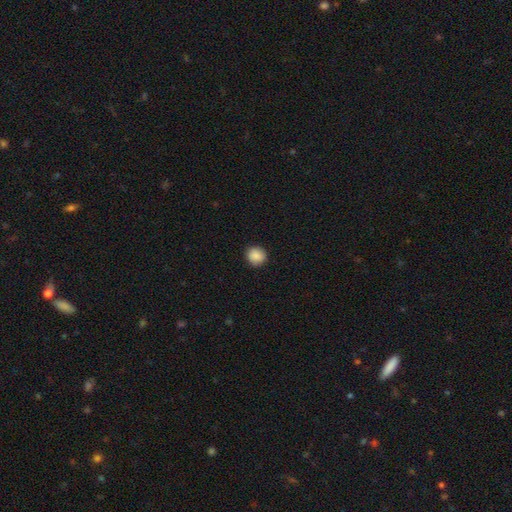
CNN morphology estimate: A smooth galaxy with no disk features (89%) that is round (88%). Merging: none (89%).